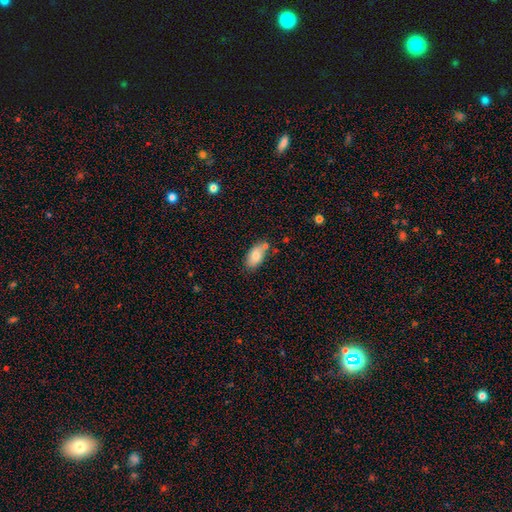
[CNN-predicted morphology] Overall: smooth (80%). How rounded: in between (93%). Merging: none (68%).